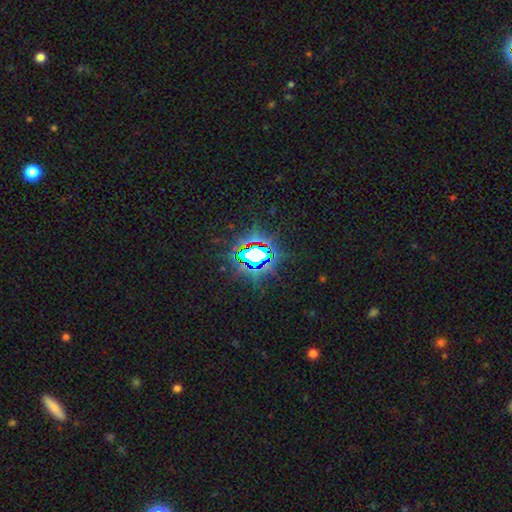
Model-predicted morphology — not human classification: Q: Smooth or featured?
A: star or artifact (82%); runner-up: smooth (11%)